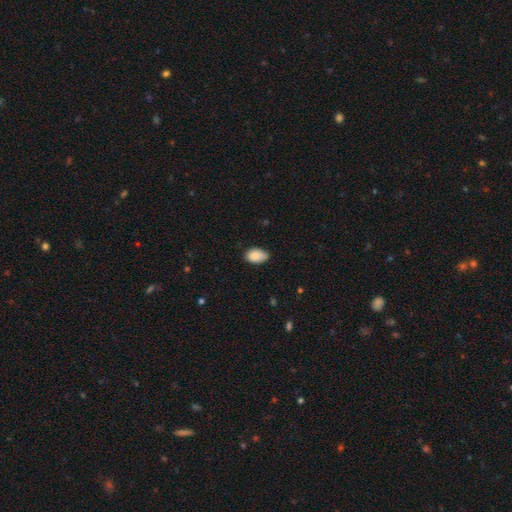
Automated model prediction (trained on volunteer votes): A smooth galaxy with no disk features (89%) that is in between round and cigar-shaped (91%). Merging: none (71%).